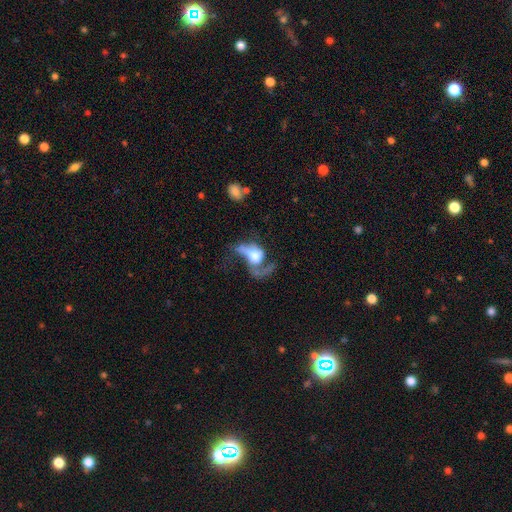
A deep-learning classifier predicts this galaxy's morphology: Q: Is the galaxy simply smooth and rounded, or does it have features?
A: featured or disk — 61%.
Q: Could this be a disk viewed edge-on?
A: no — 93%.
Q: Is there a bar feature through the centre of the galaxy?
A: no — 71%.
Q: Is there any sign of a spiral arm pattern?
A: yes — 67%.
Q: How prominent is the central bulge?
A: large — 47%.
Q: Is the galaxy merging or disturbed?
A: major disturbance — 55%.